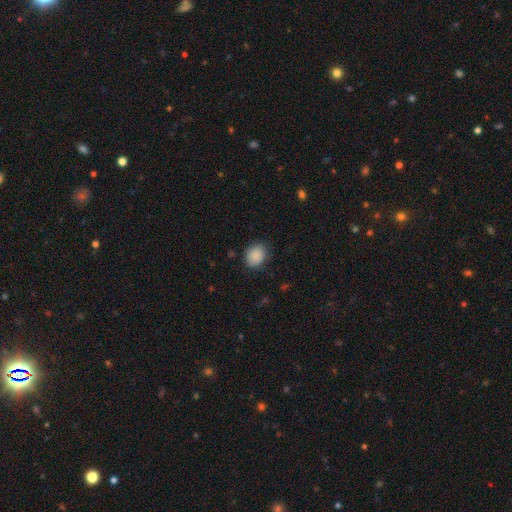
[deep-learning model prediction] A smooth galaxy with no disk features (89%) that is round (55%). Merging: none (82%).